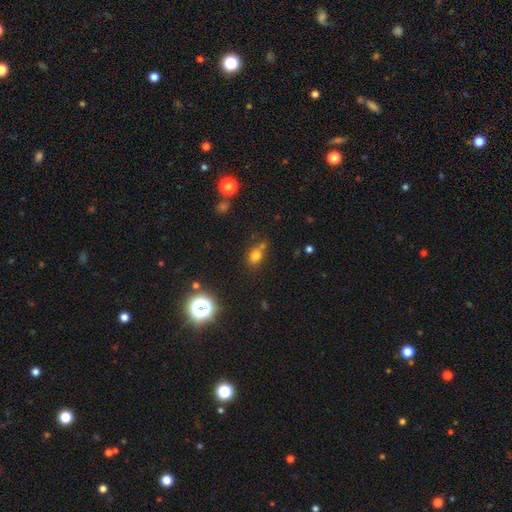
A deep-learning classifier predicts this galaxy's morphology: A smooth galaxy with no disk features (74%) that is round (61%).

Vote fractions:
- Smooth or featured? smooth: 74% / star or artifact: 18% / featured or disk: 8%
- How rounded? round: 61% / in between: 37% / cigar-shaped: 2%
- Merging? none: 57% / merger: 20% / minor disturbance: 17% / major disturbance: 6%